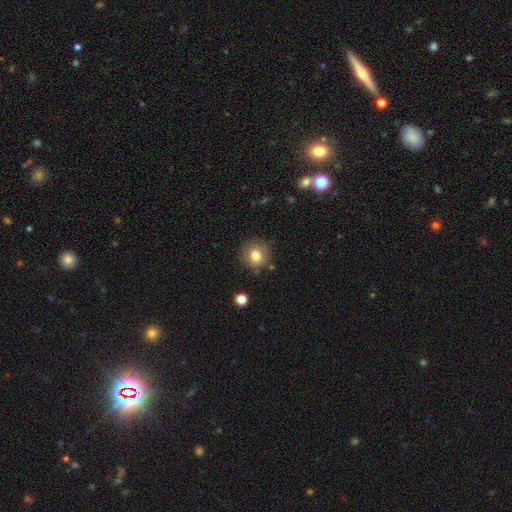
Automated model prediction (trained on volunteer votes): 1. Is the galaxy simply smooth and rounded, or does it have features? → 78% smooth, 11% featured or disk, 10% star or artifact.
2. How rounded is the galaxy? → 87% round, 12% in between, 1% cigar-shaped.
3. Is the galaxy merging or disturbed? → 83% none, 11% minor disturbance, 3% major disturbance, 3% merger.